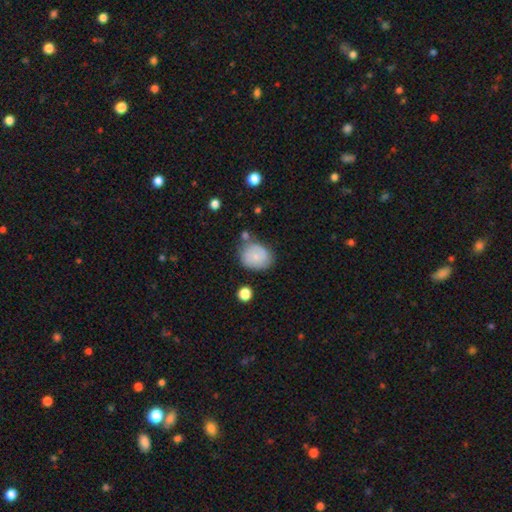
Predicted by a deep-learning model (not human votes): smooth 69%, featured or disk 24%, star or artifact 8%. Down the decision tree: how rounded — round (54%); merging — none (62%).